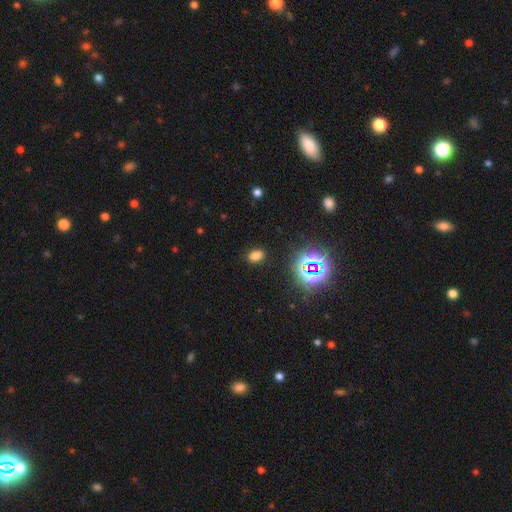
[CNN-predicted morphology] smooth 69%, star or artifact 25%, featured or disk 6%. Down the decision tree: how rounded — in between (81%); merging — none (87%).